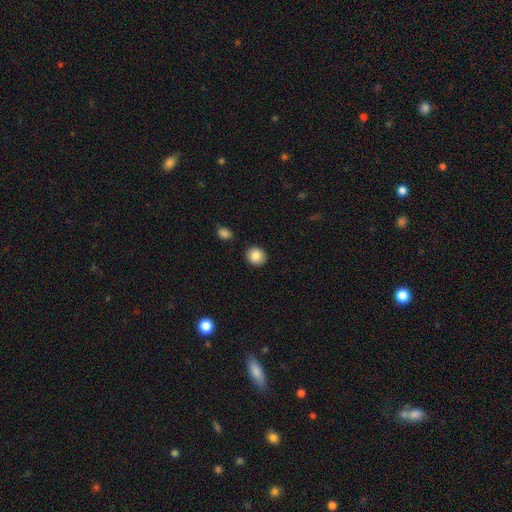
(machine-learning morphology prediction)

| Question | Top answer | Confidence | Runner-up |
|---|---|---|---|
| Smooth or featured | smooth | 86% | star or artifact (8%) |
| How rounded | round | 84% | in between (15%) |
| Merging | none | 89% | minor disturbance (7%) |